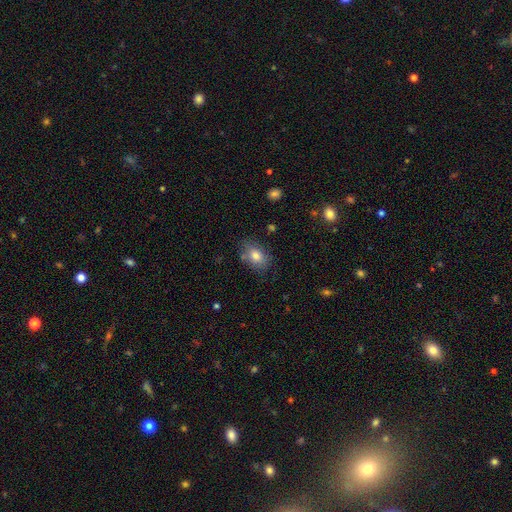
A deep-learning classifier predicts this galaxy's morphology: A smooth galaxy with no disk features (79%) that is in between round and cigar-shaped (77%). Merging: none (75%).